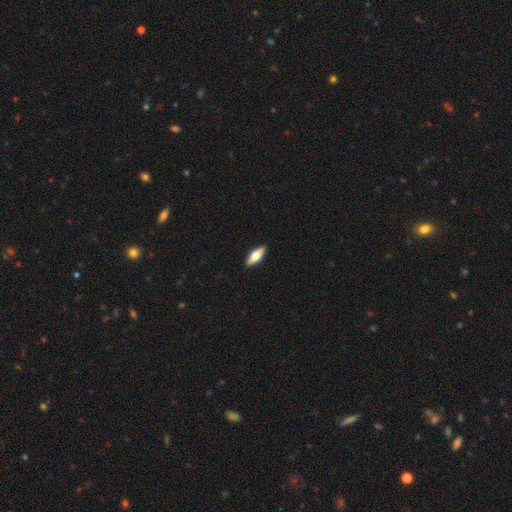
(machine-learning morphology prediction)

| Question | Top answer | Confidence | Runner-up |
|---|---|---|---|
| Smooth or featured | smooth | 63% | featured or disk (31%) |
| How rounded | in between | 67% | cigar-shaped (31%) |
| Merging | none | 90% | minor disturbance (7%) |